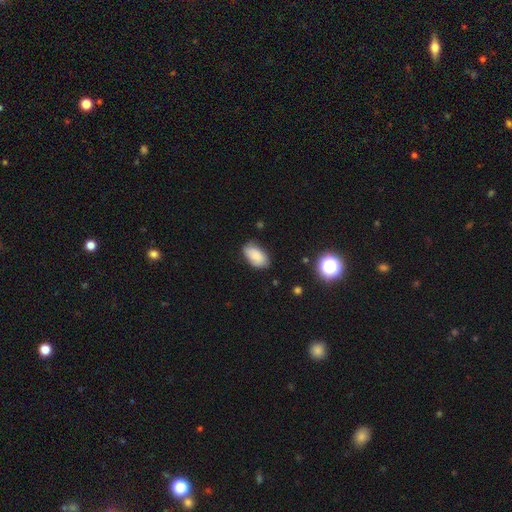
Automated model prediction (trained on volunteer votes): A smooth galaxy with no disk features (83%) that is in between round and cigar-shaped (94%).

Vote fractions:
- Smooth or featured? smooth: 83% / featured or disk: 9% / star or artifact: 8%
- How rounded? in between: 94% / round: 4% / cigar-shaped: 2%
- Merging? none: 74% / minor disturbance: 21% / major disturbance: 4% / merger: 2%